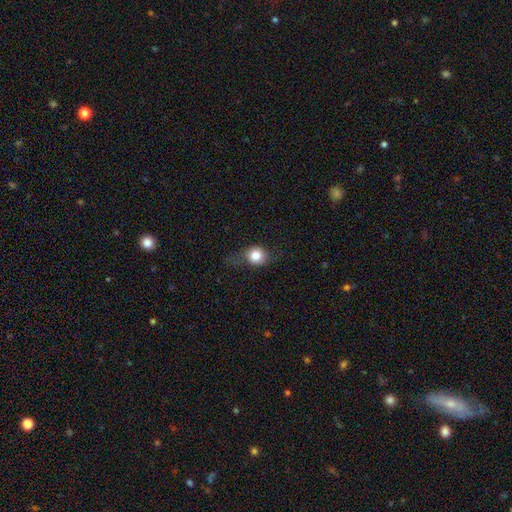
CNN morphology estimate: Q: Smooth or featured?
A: smooth (70%); runner-up: featured or disk (20%)
Q: How rounded?
A: round (78%); runner-up: in between (20%)
Q: Merging?
A: none (62%); runner-up: minor disturbance (23%)